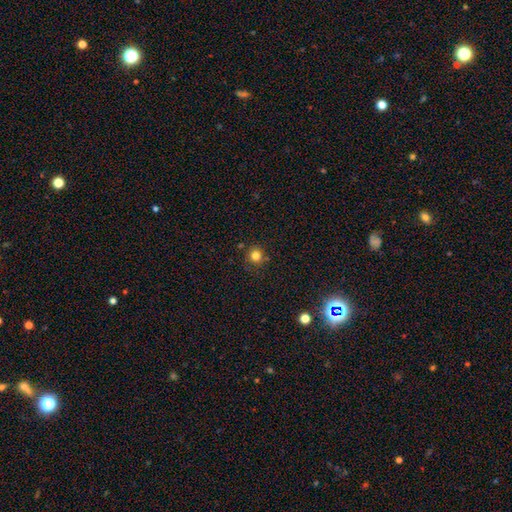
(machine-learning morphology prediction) smooth_or_featured: smooth (p=0.81) [alt: star or artifact p=0.14]
how_rounded: round (p=0.91) [alt: in between p=0.08]
merging: none (p=0.84) [alt: minor disturbance p=0.10]